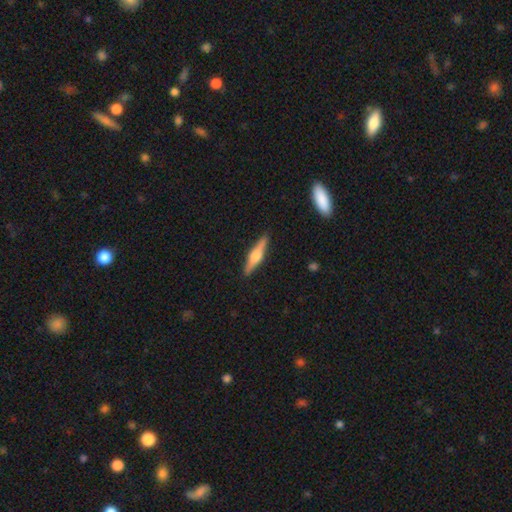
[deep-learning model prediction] This is likely a featured or disk galaxy (61%). It is clearly viewed edge-on (97%). Edge-on bulge: clearly rounded (92%). Merging: clearly none (90%).